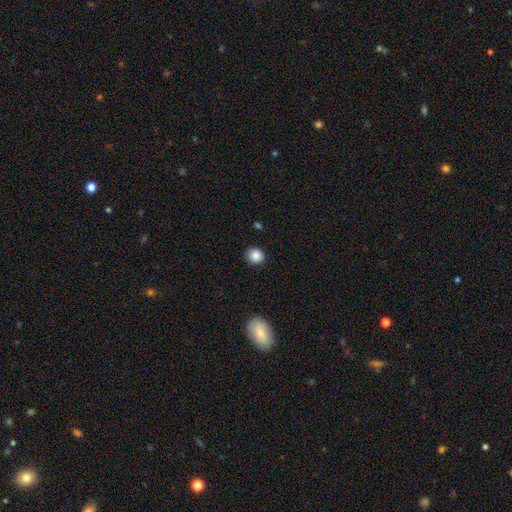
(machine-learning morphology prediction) smooth_or_featured: smooth (p=0.86) [alt: star or artifact p=0.10]
how_rounded: round (p=0.87) [alt: in between p=0.12]
merging: none (p=0.87) [alt: minor disturbance p=0.09]